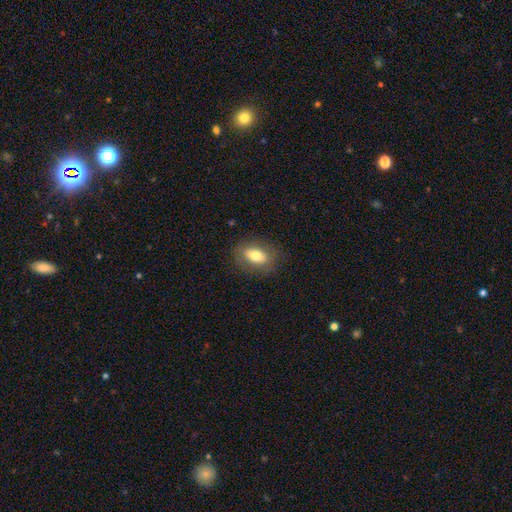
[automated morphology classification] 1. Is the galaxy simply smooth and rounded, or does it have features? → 73% smooth, 20% featured or disk, 8% star or artifact.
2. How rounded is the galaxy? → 84% in between, 11% round, 5% cigar-shaped.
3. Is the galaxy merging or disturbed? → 82% none, 13% minor disturbance, 4% major disturbance, 1% merger.